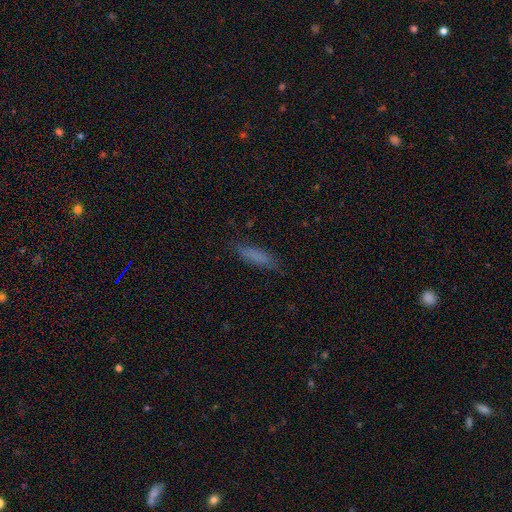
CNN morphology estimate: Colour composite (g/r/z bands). It shows a smooth galaxy with no disk features (77%) that is cigar-shaped (68%). Merging: none (77%).